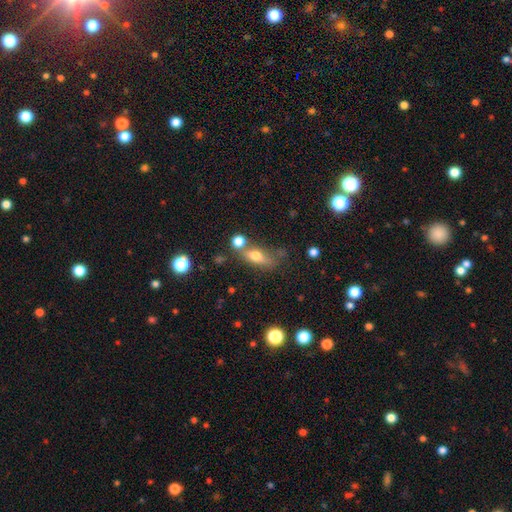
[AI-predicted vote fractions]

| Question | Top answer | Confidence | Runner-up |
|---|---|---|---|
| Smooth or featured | smooth | 65% | featured or disk (24%) |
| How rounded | in between | 64% | cigar-shaped (26%) |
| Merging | none | 48% | merger (21%) |